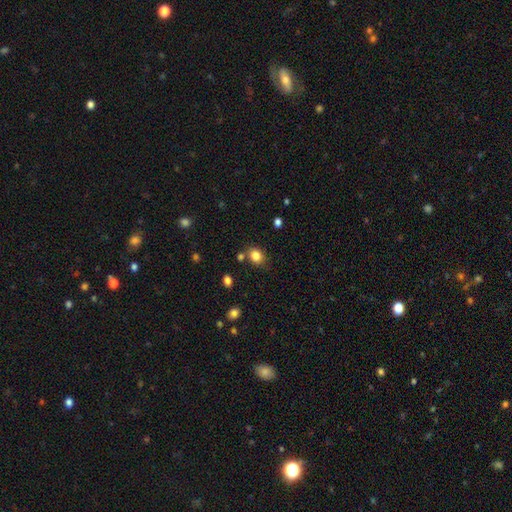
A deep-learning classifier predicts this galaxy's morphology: A smooth galaxy with no disk features (83%) that is round (54%). Merging: none (73%).